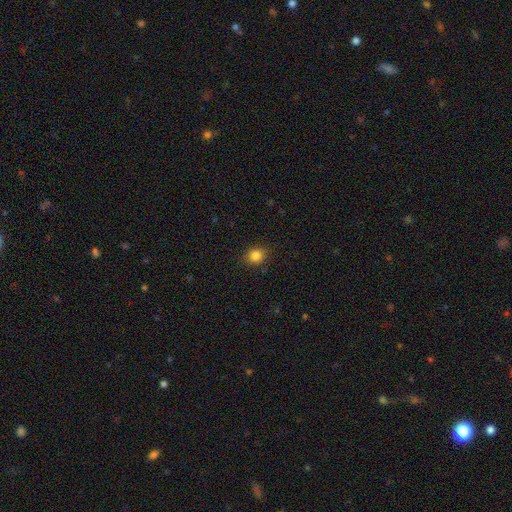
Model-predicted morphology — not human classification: Smooth or featured: smooth — 84% (star or artifact — 11%)
How rounded: round — 77% (in between — 22%)
Merging: none — 88% (minor disturbance — 9%)